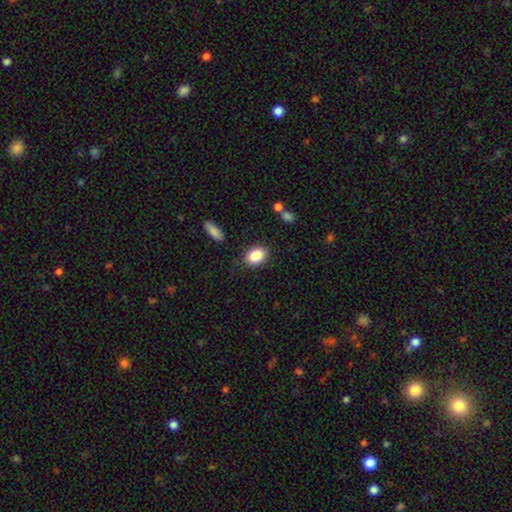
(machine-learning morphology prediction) A smooth galaxy with no disk features (86%) that is in between round and cigar-shaped (73%). Merging: none (84%).